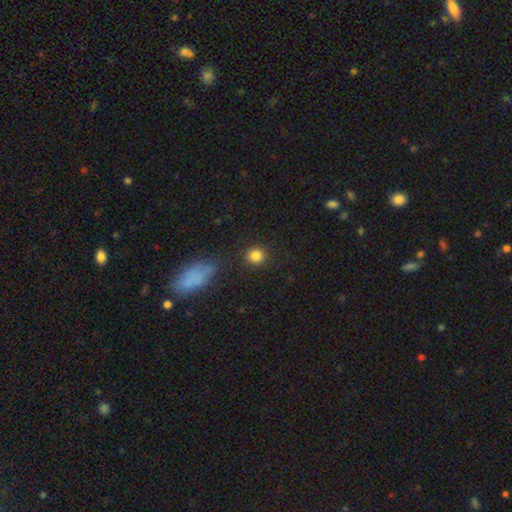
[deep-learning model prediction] Smooth or featured: smooth — 84% (star or artifact — 11%)
How rounded: round — 87% (in between — 12%)
Merging: none — 86% (minor disturbance — 8%)